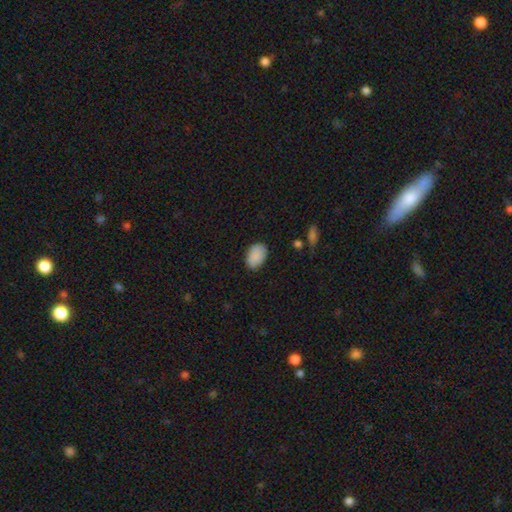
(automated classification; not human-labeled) A smooth galaxy with no disk features (89%) that is in between round and cigar-shaped (87%).

Vote fractions:
- Smooth or featured? smooth: 89% / star or artifact: 7% / featured or disk: 4%
- How rounded? in between: 87% / round: 12% / cigar-shaped: 1%
- Merging? none: 82% / minor disturbance: 14% / major disturbance: 3% / merger: 1%